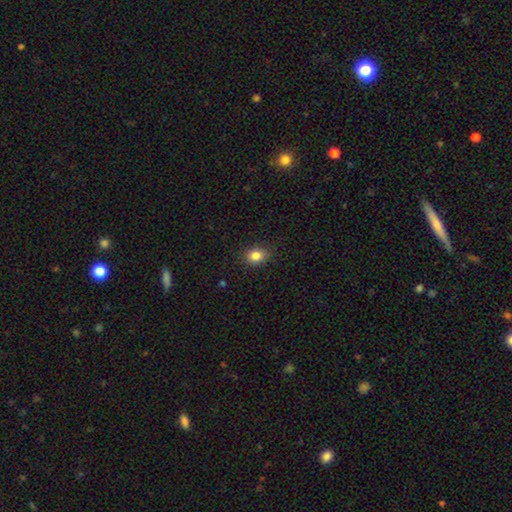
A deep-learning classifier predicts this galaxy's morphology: Overall: smooth (83%). How rounded: round (54%; in between 45%). Merging: none (86%).